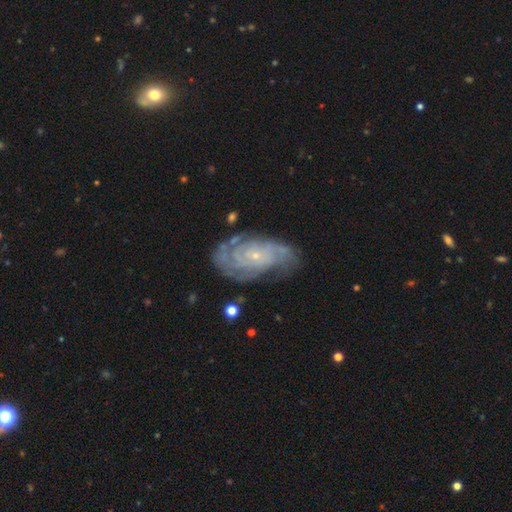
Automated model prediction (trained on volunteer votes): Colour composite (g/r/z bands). It shows a featured or disk galaxy (82%) with no bar (76%), tight (65%) spiral arms (94%) and a small central bulge (85%). Merging: none (67%).